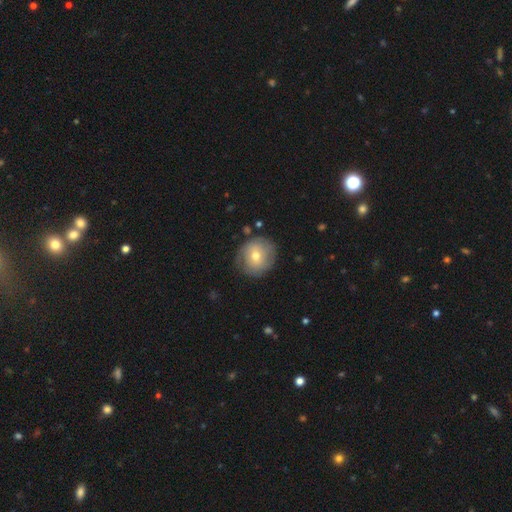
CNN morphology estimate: The model was most divided on "smooth or featured": smooth: 58%, featured or disk: 34%, star or artifact: 8%. More confident: how rounded — round (86%); merging — none (76%).